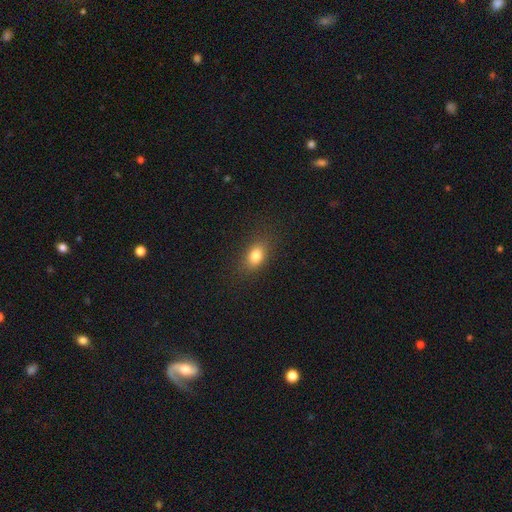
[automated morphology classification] This is clearly a smooth galaxy (82%). How rounded: likely in between (78%). Merging: clearly none (85%).